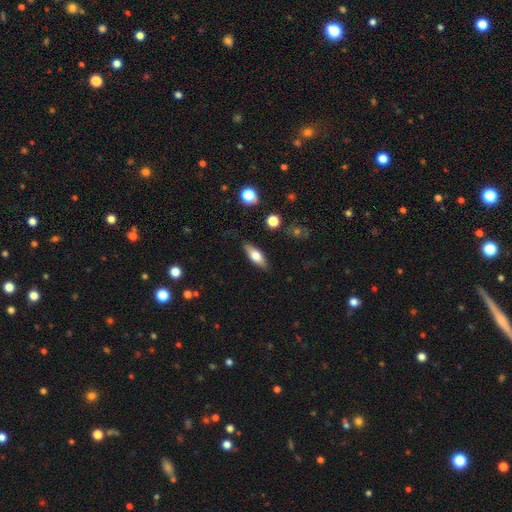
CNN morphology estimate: smooth_or_featured: smooth (p=0.62) [alt: featured or disk p=0.31]
how_rounded: in between (p=0.64) [alt: cigar-shaped p=0.33]
merging: none (p=0.83) [alt: minor disturbance p=0.13]